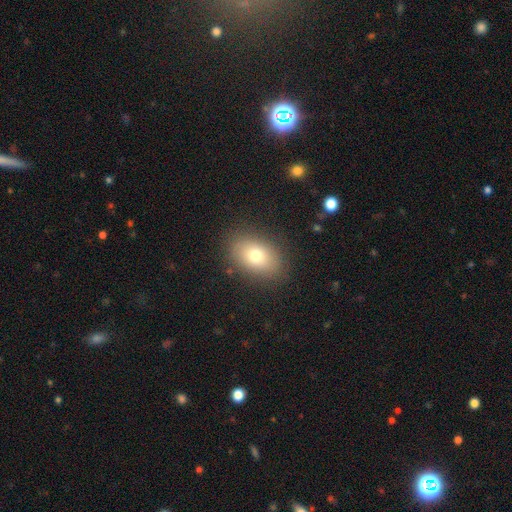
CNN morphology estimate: Overall: smooth (75%). How rounded: in between (80%). Merging: none (85%).